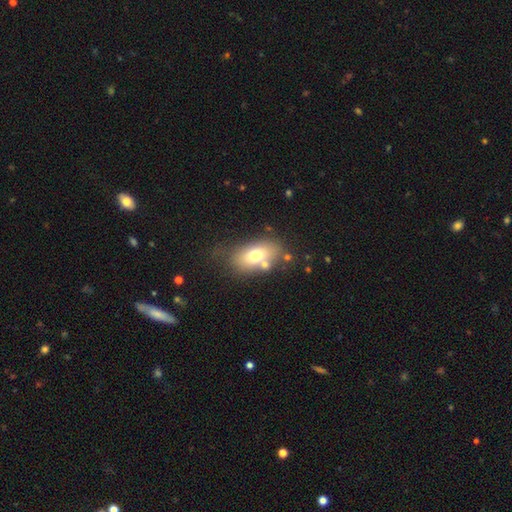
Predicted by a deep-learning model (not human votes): smooth-or-featured: smooth: 69% | featured or disk: 22% | star or artifact: 10%
  how-rounded: in between: 86% | round: 11% | cigar-shaped: 3%
  merging: none: 59% | minor disturbance: 18% | merger: 15% | major disturbance: 8%